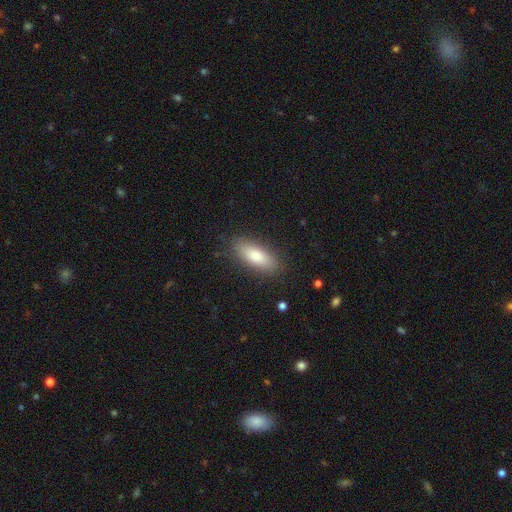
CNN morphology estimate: Smooth or featured? smooth (79%)
How rounded? in between (69%)
Merging? none (86%)